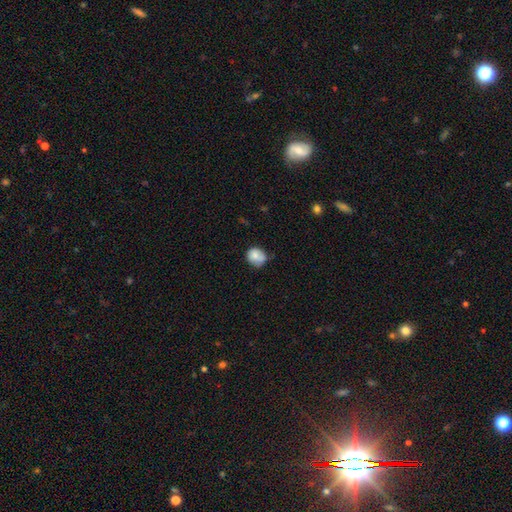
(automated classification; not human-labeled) Smooth or featured? Predicted: smooth (p=0.75). How rounded? Predicted: round (p=0.71). Merging? Predicted: none (p=0.49).